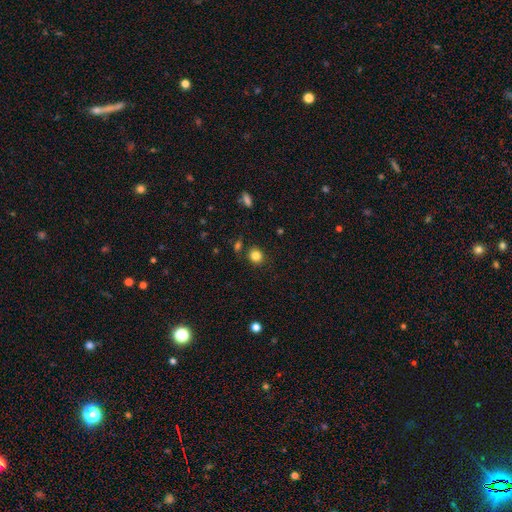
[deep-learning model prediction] The model was most divided on "how rounded": round: 85%, in between: 14%, cigar-shaped: 1%. More confident: merging — none (84%); smooth or featured — smooth (83%).